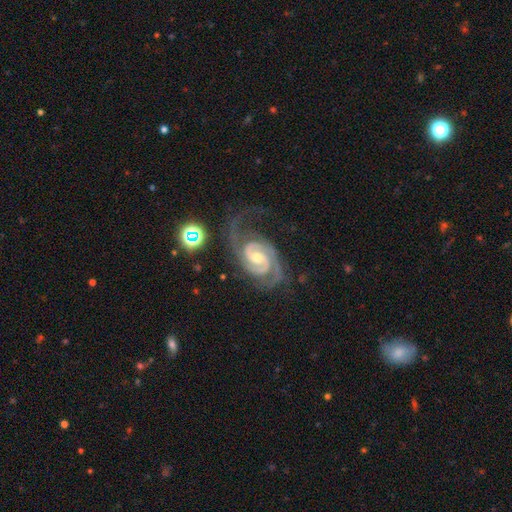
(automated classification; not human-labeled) Smooth or featured?
  - featured or disk: 92% *
  - star or artifact: 5%
  - smooth: 3%
Edge-on disk?
  - no: 98% *
  - yes: 2%
Bar?
  - weak: 42% *
  - no: 41%
  - strong: 17%
Spiral arms?
  - yes: 98% *
  - no: 2%
Spiral winding?
  - tight: 54% *
  - medium: 39%
  - loose: 8%
Spiral arm count?
  - 2: 72% *
  - 3: 13%
  - can't tell: 6%
  - 4: 3%
  - 1: 3%
  - more than 4: 3%
Bulge size?
  - moderate: 56% *
  - small: 40%
  - large: 3%
  - none: 1%
  - dominant: 1%
Merging?
  - none: 64% *
  - minor disturbance: 19%
  - major disturbance: 14%
  - merger: 3%